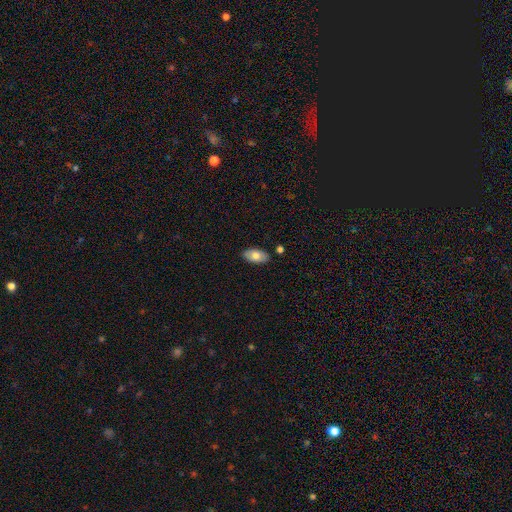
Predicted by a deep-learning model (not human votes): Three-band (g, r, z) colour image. It shows a smooth galaxy with no disk features (74%) that is in between round and cigar-shaped (94%). Merging: none (85%).